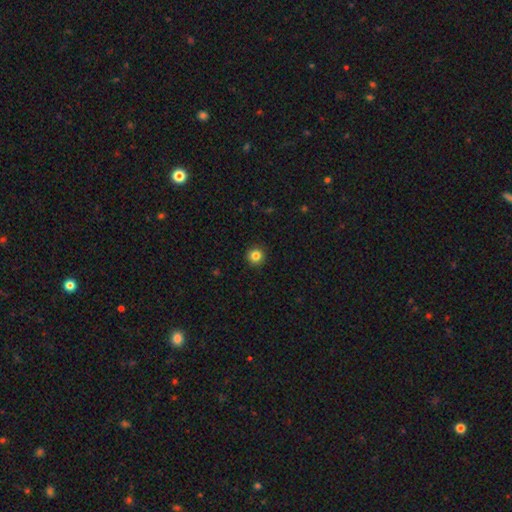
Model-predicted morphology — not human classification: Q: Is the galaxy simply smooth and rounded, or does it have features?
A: smooth — 84%.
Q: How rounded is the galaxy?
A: round — 95%.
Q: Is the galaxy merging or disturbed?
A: none — 93%.